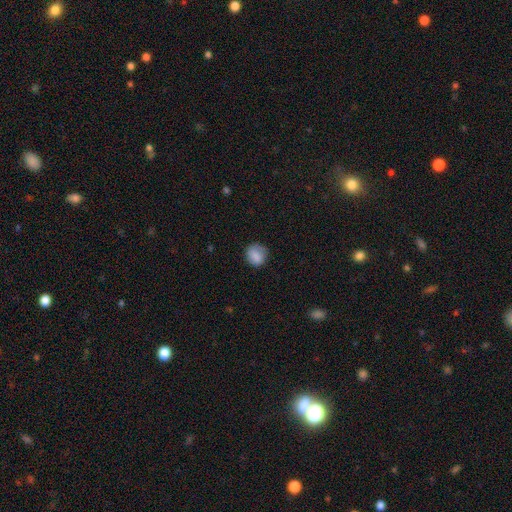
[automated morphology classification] Q: Smooth or featured?
A: smooth (83%); runner-up: star or artifact (8%)
Q: How rounded?
A: round (76%); runner-up: in between (23%)
Q: Merging?
A: none (74%); runner-up: minor disturbance (19%)